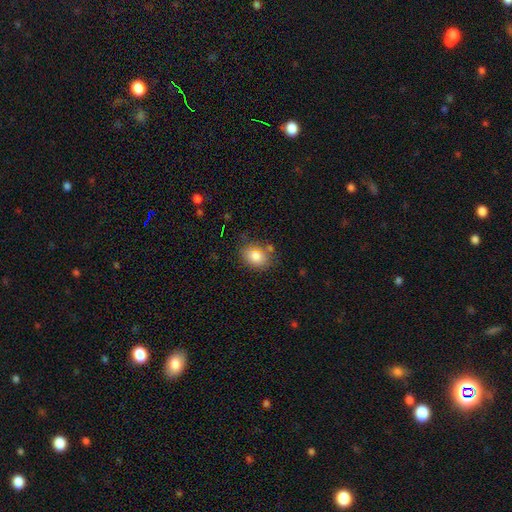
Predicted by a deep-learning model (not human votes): Smooth or featured: smooth — 79% (star or artifact — 13%)
How rounded: in between — 55% (round — 43%)
Merging: none — 76% (minor disturbance — 15%)